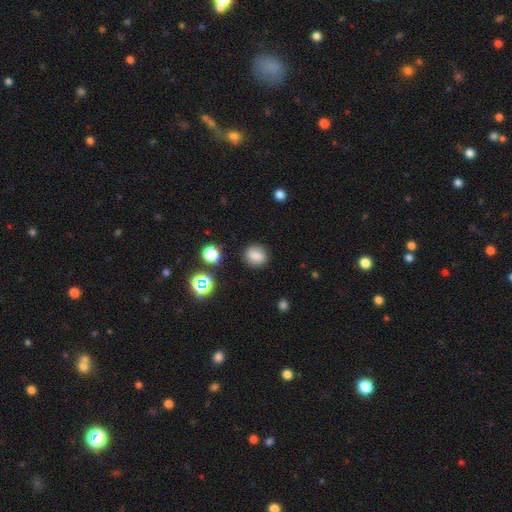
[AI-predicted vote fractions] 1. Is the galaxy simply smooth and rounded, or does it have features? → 80% smooth, 13% star or artifact, 7% featured or disk.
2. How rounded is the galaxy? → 75% round, 24% in between, 1% cigar-shaped.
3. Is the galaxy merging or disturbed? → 86% none, 9% minor disturbance, 3% major disturbance, 2% merger.